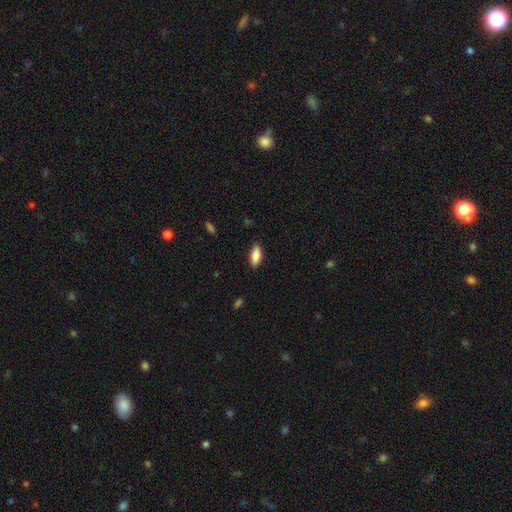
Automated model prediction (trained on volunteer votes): Smooth or featured? Predicted: smooth (p=0.87). How rounded? Predicted: in between (p=0.83). Merging? Predicted: none (p=0.86).